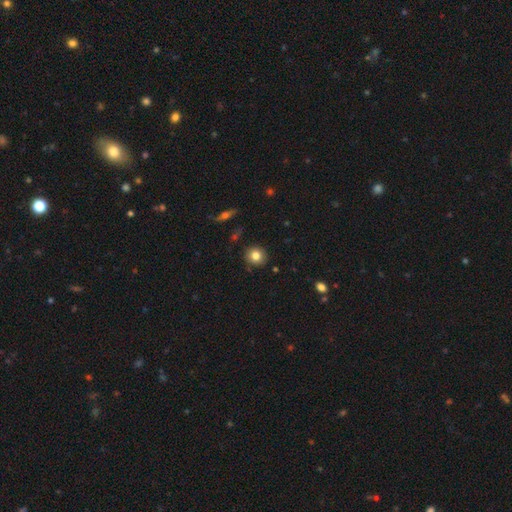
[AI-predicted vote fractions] smooth_or_featured: smooth (p=0.81) [alt: star or artifact p=0.10]
how_rounded: round (p=0.88) [alt: in between p=0.11]
merging: none (p=0.88) [alt: minor disturbance p=0.08]